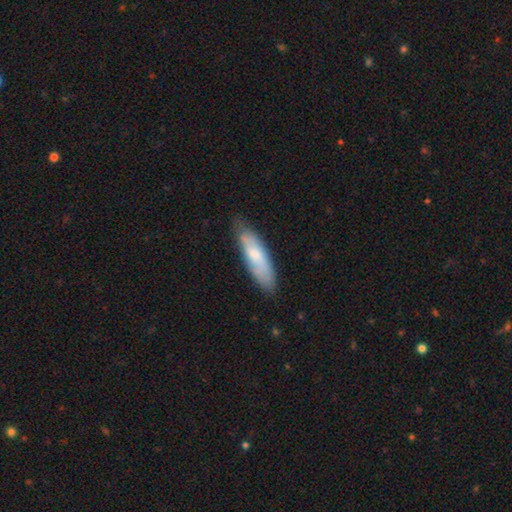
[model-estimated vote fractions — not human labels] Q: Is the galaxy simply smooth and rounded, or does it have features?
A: smooth — 65%.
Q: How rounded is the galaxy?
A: cigar-shaped — 58%.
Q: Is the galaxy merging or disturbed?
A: none — 75%.